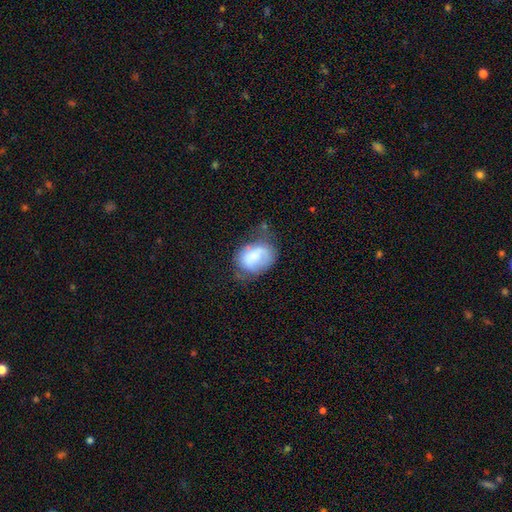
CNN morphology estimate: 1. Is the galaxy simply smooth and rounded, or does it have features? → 64% smooth, 27% featured or disk, 8% star or artifact.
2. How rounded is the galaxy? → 68% in between, 31% round, 1% cigar-shaped.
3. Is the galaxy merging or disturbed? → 39% none, 34% minor disturbance, 21% major disturbance, 6% merger.